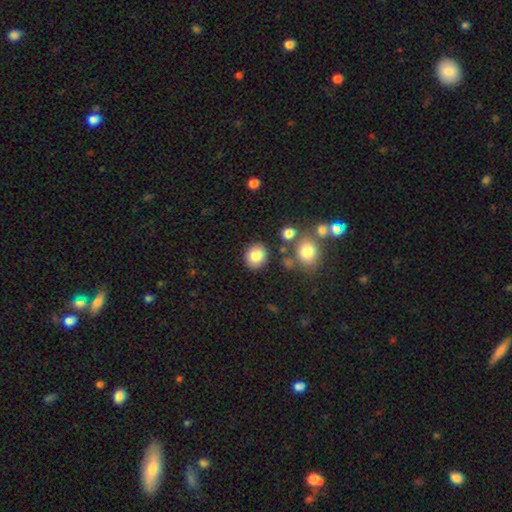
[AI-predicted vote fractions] A smooth galaxy with no disk features (83%) that is round (78%). Merging: none (84%).